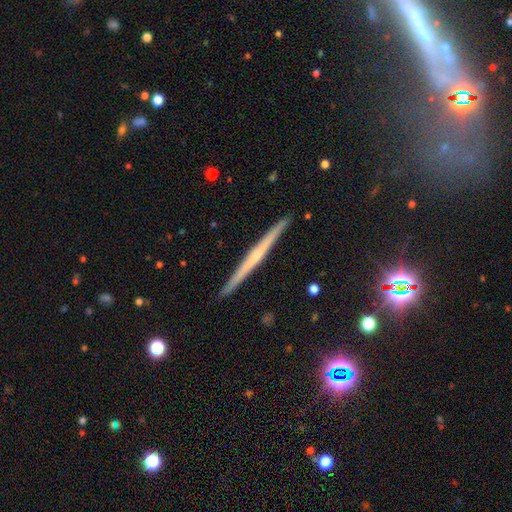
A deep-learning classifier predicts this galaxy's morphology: A featured or disk galaxy (68%) viewed edge-on (98%) with no central bulge (55%).

Vote fractions:
- Smooth or featured? featured or disk: 68% / smooth: 22% / star or artifact: 10%
- Edge-on disk? yes: 98% / no: 2%
- Edge-on bulge? none: 55% / rounded: 37% / boxy: 7%
- Merging? none: 91% / minor disturbance: 6% / major disturbance: 1% / merger: 1%